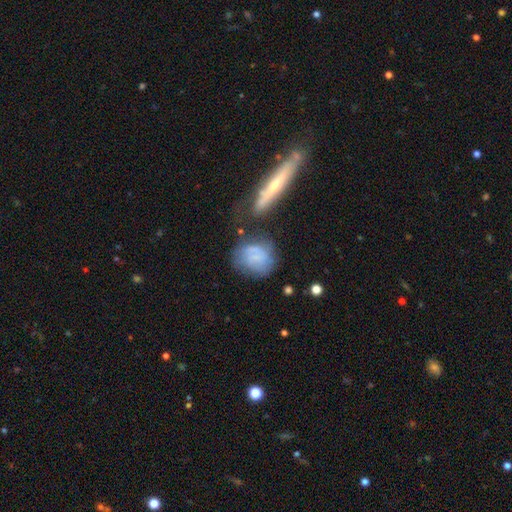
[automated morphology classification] Overall: smooth (47%; featured or disk 43%). Merging: none (50%; minor disturbance 22%).